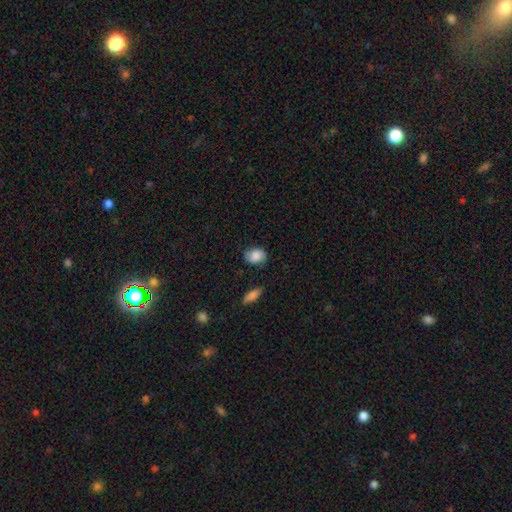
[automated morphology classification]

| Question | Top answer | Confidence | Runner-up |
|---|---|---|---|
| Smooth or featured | smooth | 74% | featured or disk (18%) |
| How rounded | in between | 52% | round (46%) |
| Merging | none | 70% | minor disturbance (22%) |